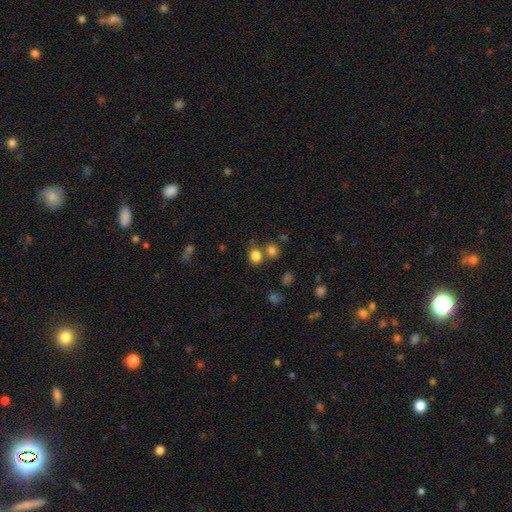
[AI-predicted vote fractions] A smooth galaxy with no disk features (81%) that is round (56%).

Vote fractions:
- Smooth or featured? smooth: 81% / star or artifact: 13% / featured or disk: 6%
- How rounded? round: 56% / in between: 43% / cigar-shaped: 1%
- Merging? none: 64% / merger: 22% / minor disturbance: 10% / major disturbance: 4%